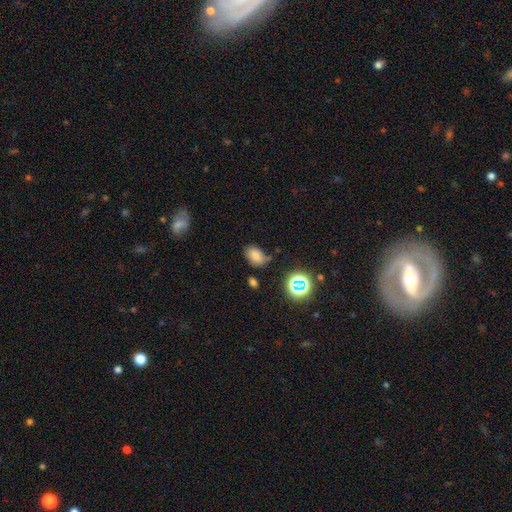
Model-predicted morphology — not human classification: The model was most divided on "merging": none: 67%, minor disturbance: 21%, merger: 6%, major disturbance: 5%. More confident: how rounded — in between (83%); smooth or featured — smooth (75%).